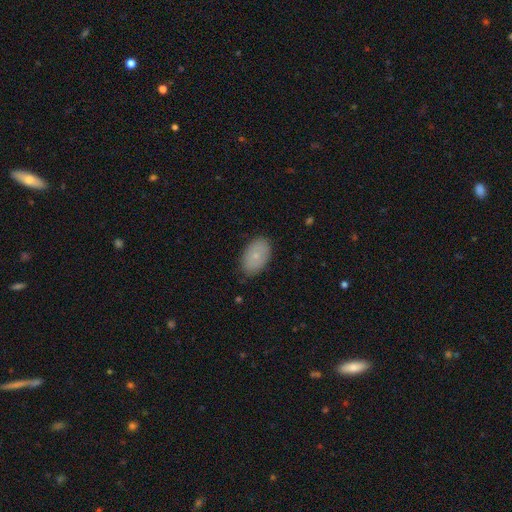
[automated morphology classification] This appears to be a smooth galaxy with no disk features (78%) that is in between round and cigar-shaped (92%). Merging: none (83%).